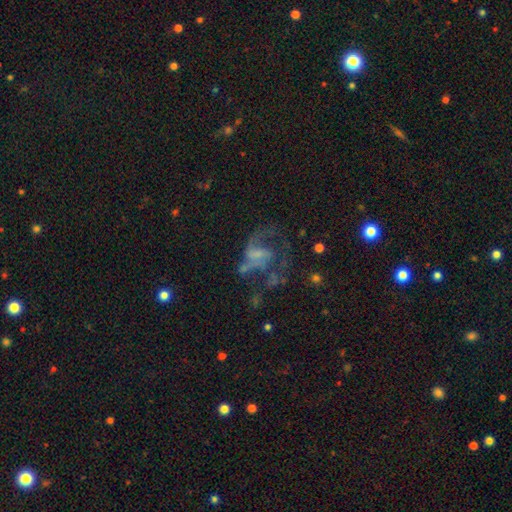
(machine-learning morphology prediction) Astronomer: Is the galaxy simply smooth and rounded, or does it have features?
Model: featured or disk — 61%.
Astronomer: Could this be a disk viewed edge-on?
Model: no — 98%.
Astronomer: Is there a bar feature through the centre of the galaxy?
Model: no — 60%.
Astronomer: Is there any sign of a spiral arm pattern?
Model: yes — 55% (runner-up: no, 45%).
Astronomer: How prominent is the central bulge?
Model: none — 48% (runner-up: small, 27%).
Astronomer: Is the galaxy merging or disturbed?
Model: major disturbance — 53%.